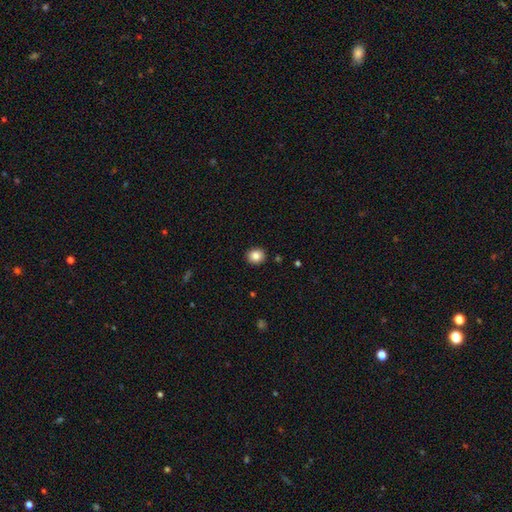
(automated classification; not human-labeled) smooth 85%, star or artifact 10%, featured or disk 5%. Down the decision tree: how rounded — round (76%); merging — none (91%).